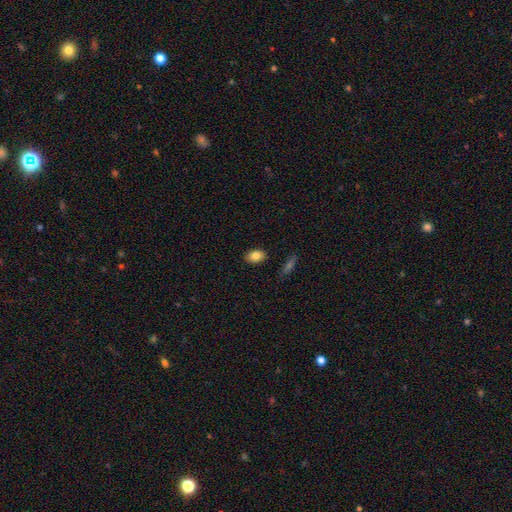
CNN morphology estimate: Smooth or featured? smooth (82%)
How rounded? in between (83%)
Merging? none (88%)